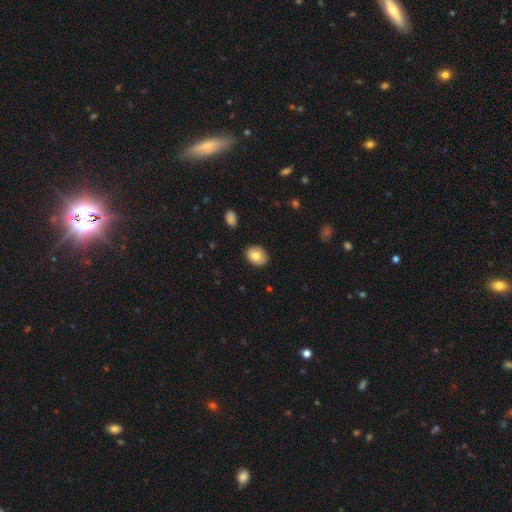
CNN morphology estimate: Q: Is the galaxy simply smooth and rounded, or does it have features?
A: smooth — 76%.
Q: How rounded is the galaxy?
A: in between — 63%.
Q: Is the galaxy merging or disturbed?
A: none — 85%.